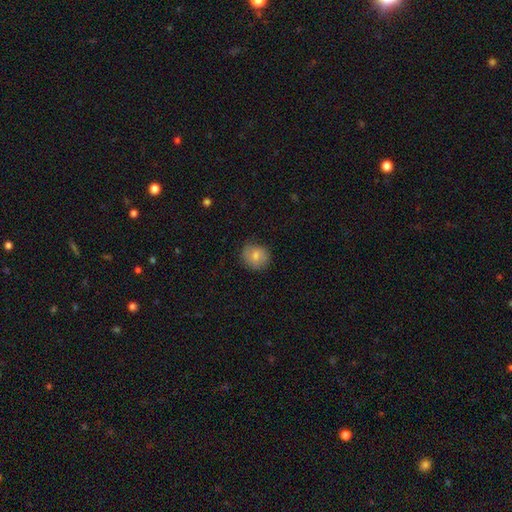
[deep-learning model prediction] A smooth galaxy with no disk features (76%) that is round (80%). Merging: none (73%).